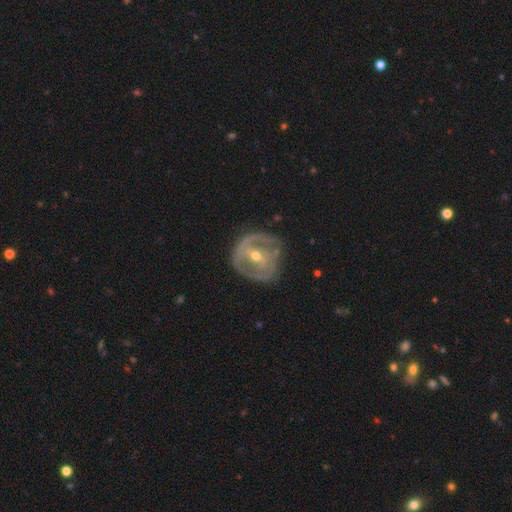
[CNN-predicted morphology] featured or disk 81%, smooth 13%, star or artifact 6%. Down the decision tree: edge-on disk — no (96%); bar — weak (36%); spiral arms — yes (74%); spiral arm count — 2 (48%); spiral winding — tight (55%); bulge size — moderate (51%); merging — none (66%).